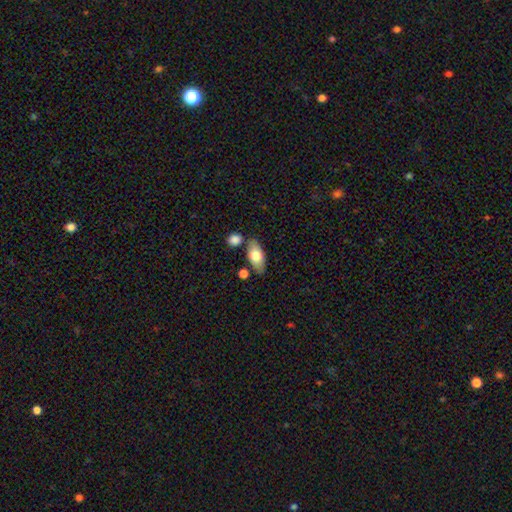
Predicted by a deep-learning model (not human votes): Smooth or featured?
  - smooth: 75% *
  - featured or disk: 19%
  - star or artifact: 6%
How rounded?
  - in between: 89% *
  - cigar-shaped: 7%
  - round: 3%
Merging?
  - none: 75% *
  - minor disturbance: 12%
  - merger: 9%
  - major disturbance: 3%